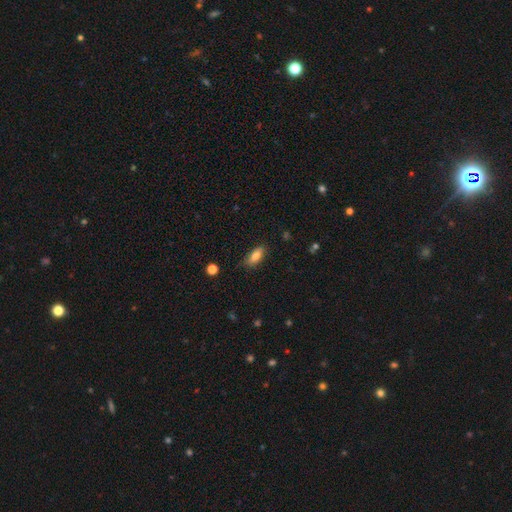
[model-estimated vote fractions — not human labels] smooth 80%, featured or disk 12%, star or artifact 8%. Down the decision tree: how rounded — in between (79%); merging — none (78%).